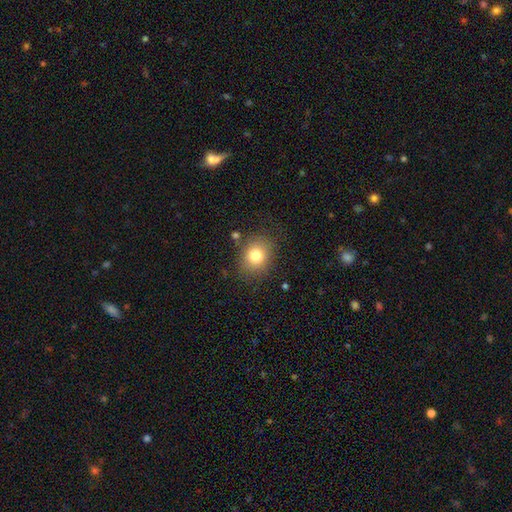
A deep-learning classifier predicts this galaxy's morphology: Q: Smooth or featured?
A: smooth (78%); runner-up: star or artifact (11%)
Q: How rounded?
A: round (61%); runner-up: in between (38%)
Q: Merging?
A: none (80%); runner-up: minor disturbance (12%)